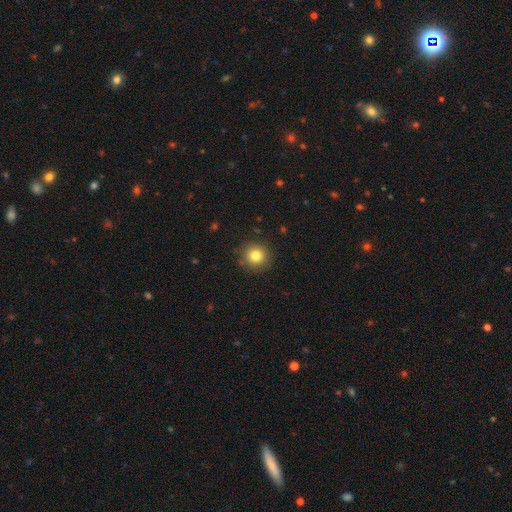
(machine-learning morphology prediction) This is clearly a smooth galaxy (82%). How rounded: clearly round (93%). Merging: clearly none (90%).